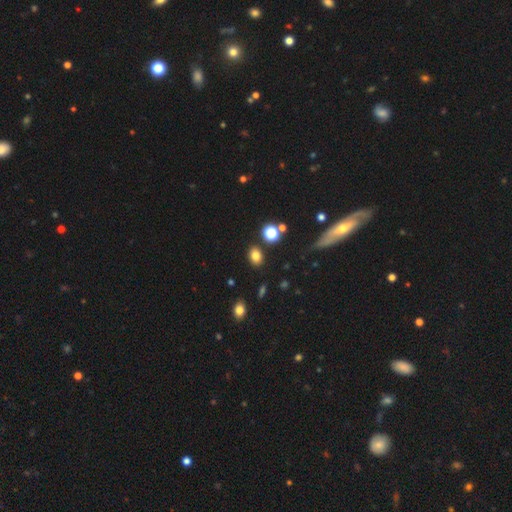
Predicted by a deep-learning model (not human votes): Morphology: type=smooth (78%); roundness=in between (59%); merging=none (84%).